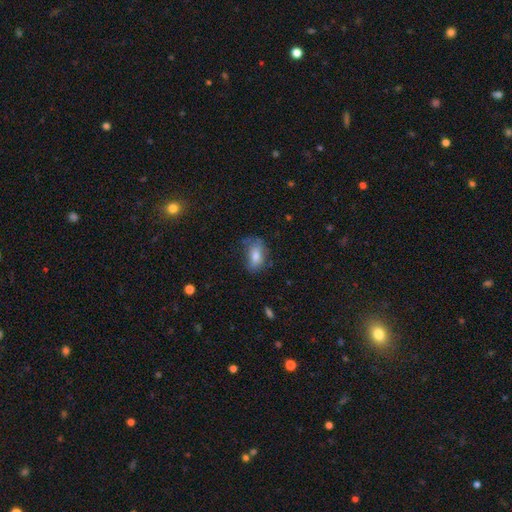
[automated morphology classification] Overall: smooth (70%). How rounded: in between (87%). Merging: none (47%; minor disturbance 31%).